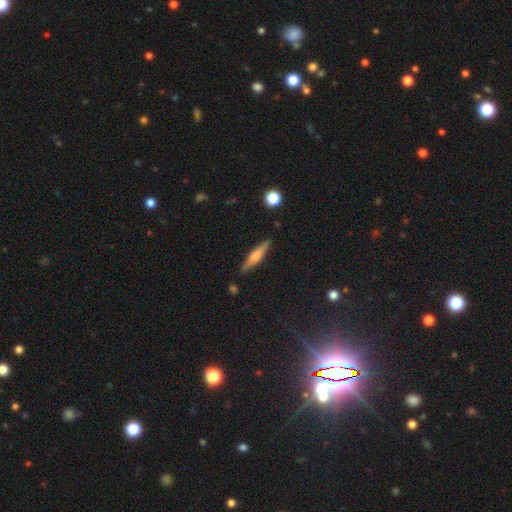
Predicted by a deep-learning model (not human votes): smooth-or-featured: featured or disk: 56% | smooth: 37% | star or artifact: 7%
  disk-edge-on: yes: 96% | no: 4%
    edge-on-bulge: rounded: 68% | boxy: 23% | none: 8%
  merging: none: 87% | minor disturbance: 9% | major disturbance: 2% | merger: 2%